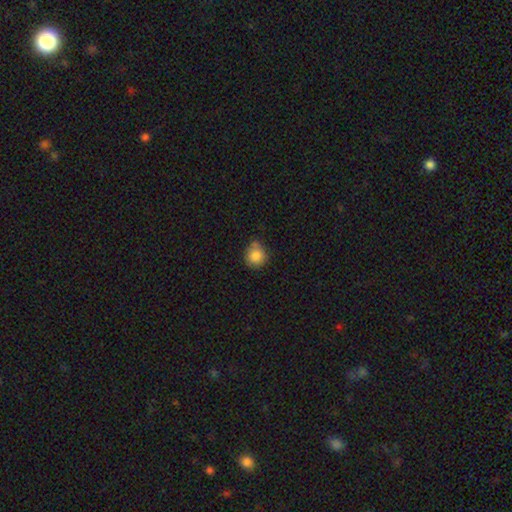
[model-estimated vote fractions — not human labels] Smooth or featured?
  - smooth: 84% *
  - star or artifact: 9%
  - featured or disk: 7%
How rounded?
  - round: 87% *
  - in between: 12%
  - cigar-shaped: 1%
Merging?
  - none: 66% *
  - minor disturbance: 23%
  - merger: 7%
  - major disturbance: 4%